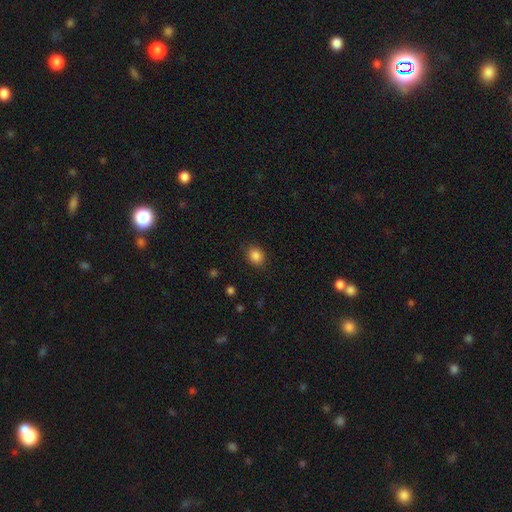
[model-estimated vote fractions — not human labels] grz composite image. It shows a smooth galaxy with no disk features (86%) that is round (61%). Merging: none (85%).